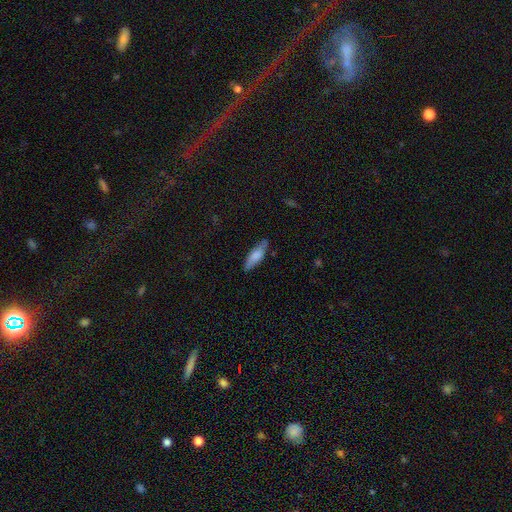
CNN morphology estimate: type=smooth (71%); roundness=cigar-shaped (52%); merging=none (81%).